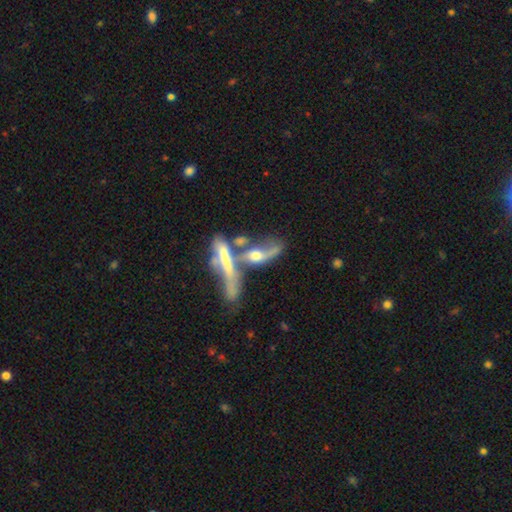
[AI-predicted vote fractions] smooth-or-featured: featured or disk: 62% | smooth: 28% | star or artifact: 10%
  disk-edge-on: no: 56% | yes: 44%
  merging: merger: 58% | none: 20% | major disturbance: 13% | minor disturbance: 10%